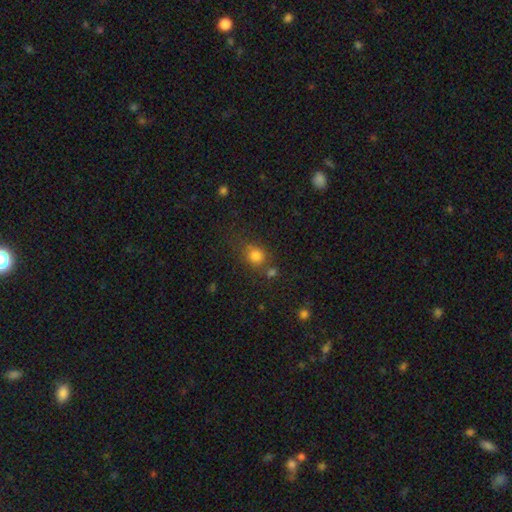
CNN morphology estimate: Overall: smooth (80%). How rounded: round (73%). Merging: none (65%).